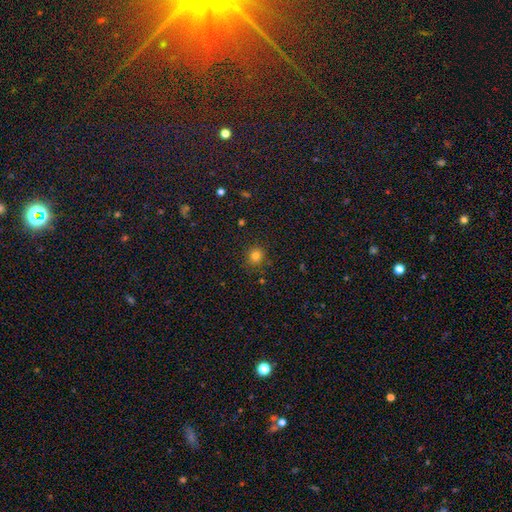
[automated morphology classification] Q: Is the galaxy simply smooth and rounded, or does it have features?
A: smooth — 79%.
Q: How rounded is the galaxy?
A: round — 85%.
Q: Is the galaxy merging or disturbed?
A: none — 86%.